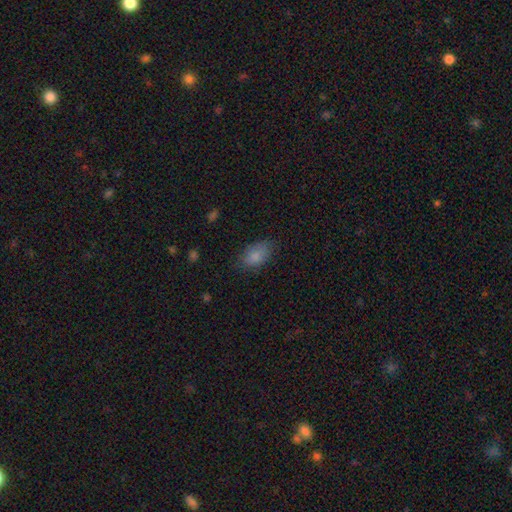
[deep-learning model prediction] A smooth galaxy with no disk features (85%) that is in between round and cigar-shaped (92%).

Vote fractions:
- Smooth or featured? smooth: 85% / featured or disk: 8% / star or artifact: 8%
- How rounded? in between: 92% / round: 5% / cigar-shaped: 3%
- Merging? none: 76% / minor disturbance: 18% / major disturbance: 4% / merger: 1%